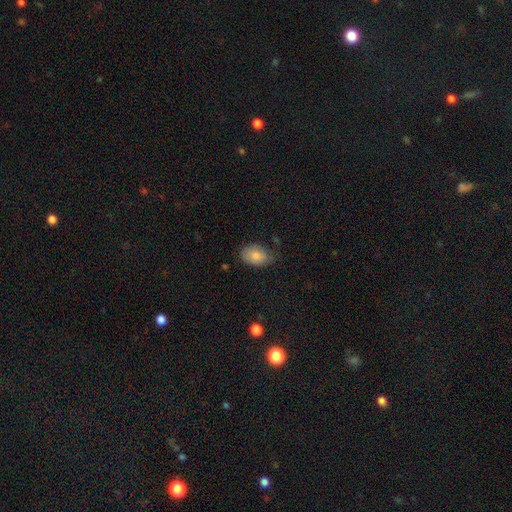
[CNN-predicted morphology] Smooth or featured: smooth — 81% (featured or disk — 11%)
How rounded: in between — 88% (round — 11%)
Merging: none — 64% (minor disturbance — 28%)